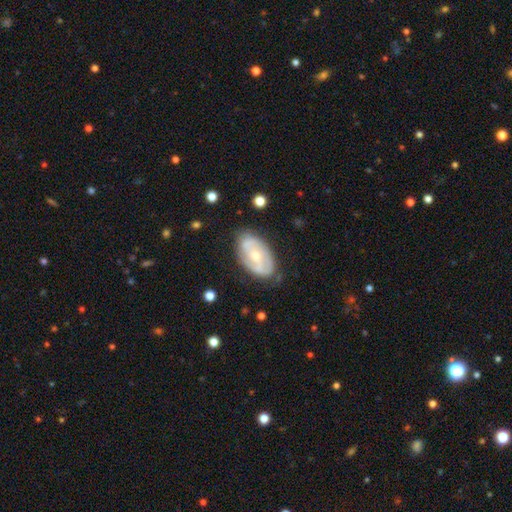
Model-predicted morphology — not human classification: smooth-or-featured: featured or disk: 70% | smooth: 24% | star or artifact: 6%
  disk-edge-on: no: 93% | yes: 7%
    bar: no: 48% | weak: 33% | strong: 19%
    has-spiral-arms: yes: 65% | no: 35%
    bulge-size: small: 53% | moderate: 44% | large: 1% | none: 1% | dominant: 1%
  merging: none: 75% | minor disturbance: 18% | major disturbance: 5% | merger: 1%